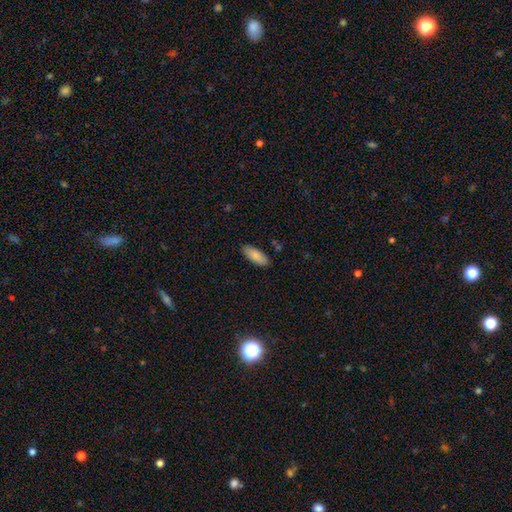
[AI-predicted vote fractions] smooth_or_featured: smooth (p=0.86) [alt: featured or disk p=0.08]
how_rounded: in between (p=0.81) [alt: cigar-shaped p=0.18]
merging: none (p=0.86) [alt: minor disturbance p=0.10]